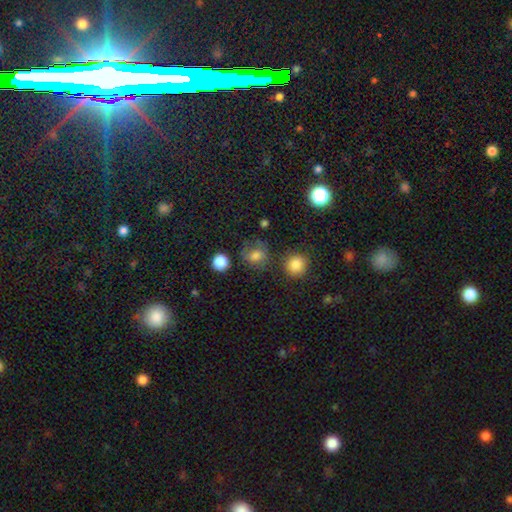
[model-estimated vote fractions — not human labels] Smooth or featured? Predicted: smooth (p=0.72). How rounded? Predicted: round (p=0.71). Merging? Predicted: none (p=0.59).